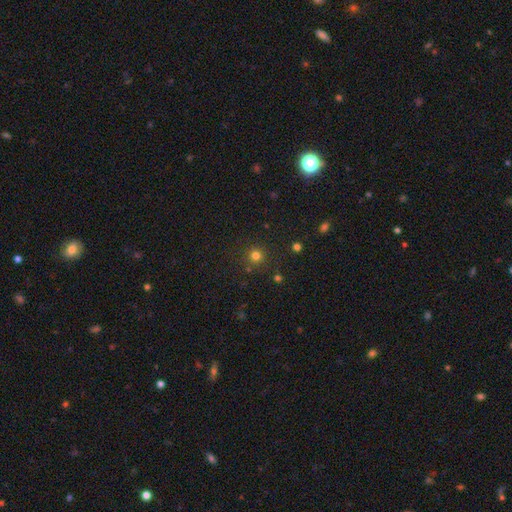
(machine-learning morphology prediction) Q: Smooth or featured?
A: smooth (76%); runner-up: star or artifact (18%)
Q: How rounded?
A: round (94%); runner-up: in between (5%)
Q: Merging?
A: none (86%); runner-up: minor disturbance (7%)